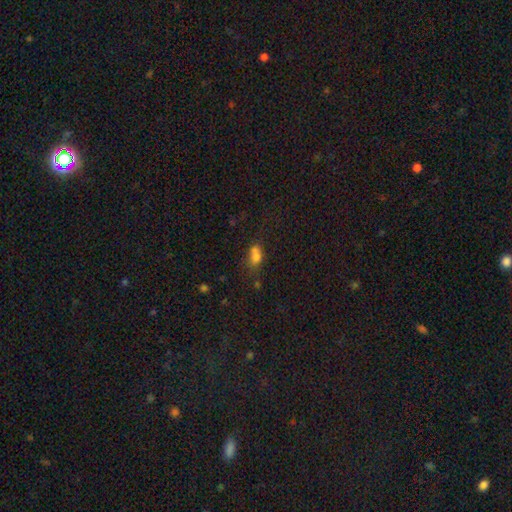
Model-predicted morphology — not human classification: This appears to be a smooth galaxy with no disk features (73%) that is in between round and cigar-shaped (67%). Merging: merger (42%).